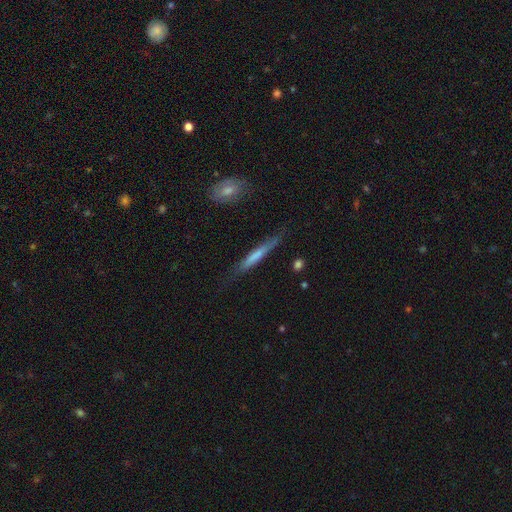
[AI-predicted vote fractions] smooth 56%, featured or disk 38%, star or artifact 6%. Down the decision tree: how rounded — cigar-shaped (93%); merging — none (73%).